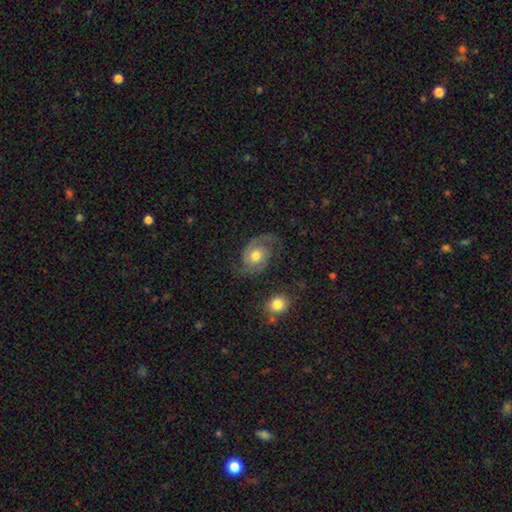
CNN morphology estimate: Smooth or featured?
  - featured or disk: 81% *
  - smooth: 13%
  - star or artifact: 6%
Edge-on disk?
  - no: 97% *
  - yes: 3%
Bar?
  - no: 71% *
  - weak: 25%
  - strong: 4%
Spiral arms?
  - yes: 95% *
  - no: 5%
Spiral winding?
  - medium: 49% *
  - tight: 31%
  - loose: 19%
Spiral arm count?
  - 2: 87% *
  - 1: 5%
  - can't tell: 4%
  - 3: 2%
  - 4: 1%
  - more than 4: 1%
Bulge size?
  - moderate: 72% *
  - large: 15%
  - small: 10%
  - none: 1%
  - dominant: 1%
Merging?
  - none: 69% *
  - minor disturbance: 17%
  - major disturbance: 11%
  - merger: 2%